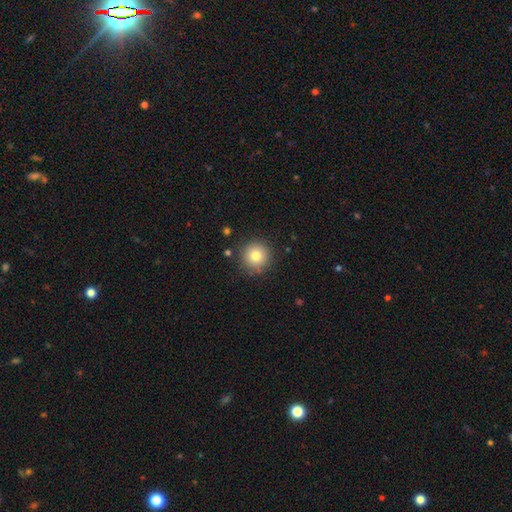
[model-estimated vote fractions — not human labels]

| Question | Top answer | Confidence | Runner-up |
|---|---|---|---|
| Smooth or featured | smooth | 79% | star or artifact (11%) |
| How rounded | round | 96% | in between (3%) |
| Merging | none | 88% | minor disturbance (8%) |